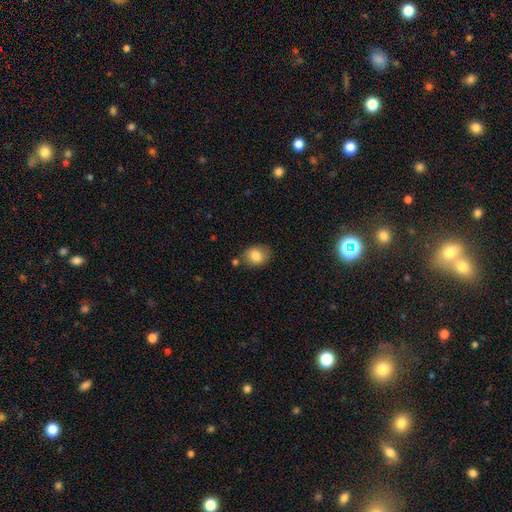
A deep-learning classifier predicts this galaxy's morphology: A smooth galaxy with no disk features (83%) that is round (51%). Merging: none (73%).